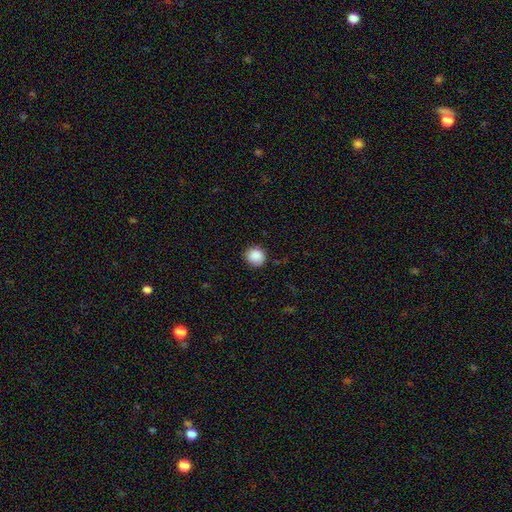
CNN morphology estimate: The model was most divided on "merging": none: 85%, minor disturbance: 11%, major disturbance: 2%, merger: 1%. More confident: how rounded — round (90%); smooth or featured — smooth (88%).